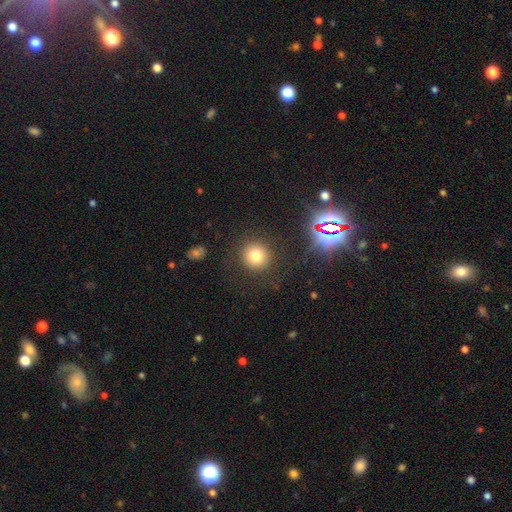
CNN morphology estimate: A smooth galaxy with no disk features (77%) that is round (93%). Merging: none (86%).